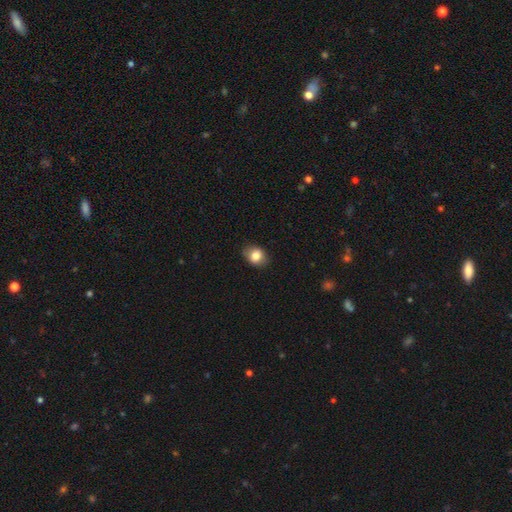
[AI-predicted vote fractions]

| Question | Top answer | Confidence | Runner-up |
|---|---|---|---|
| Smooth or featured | smooth | 82% | star or artifact (9%) |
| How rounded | in between | 53% | round (46%) |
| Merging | none | 84% | minor disturbance (12%) |